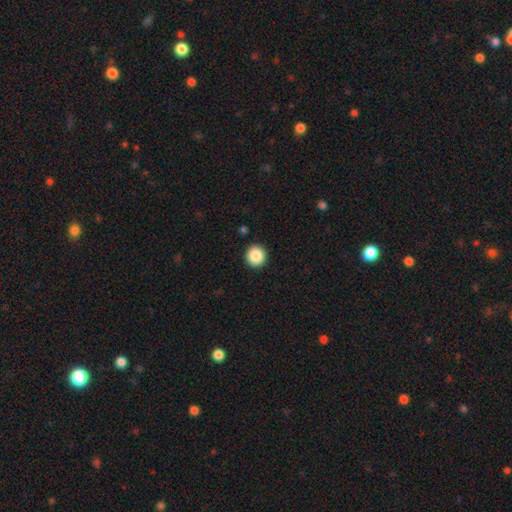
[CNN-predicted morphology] smooth 88%, star or artifact 9%, featured or disk 4%. Down the decision tree: how rounded — round (93%); merging — none (93%).